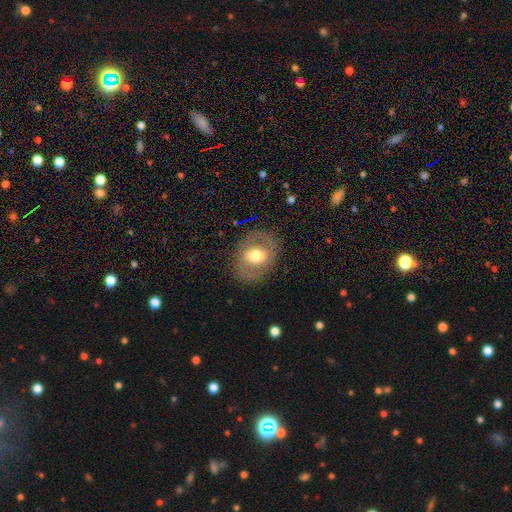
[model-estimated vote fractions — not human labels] Morphology: type=smooth (47%); merging=none (79%).